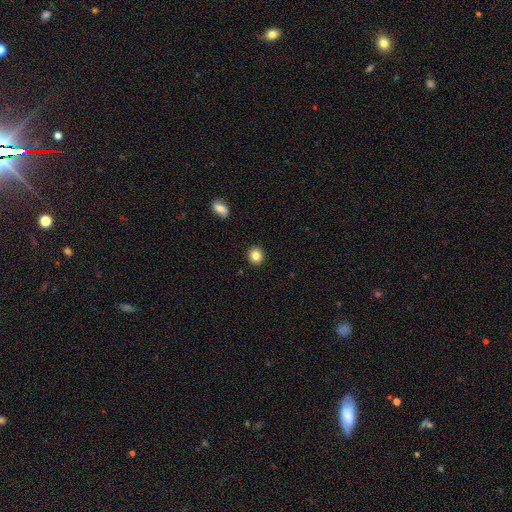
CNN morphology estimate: smooth 84%, star or artifact 10%, featured or disk 6%. Down the decision tree: how rounded — round (86%); merging — none (92%).